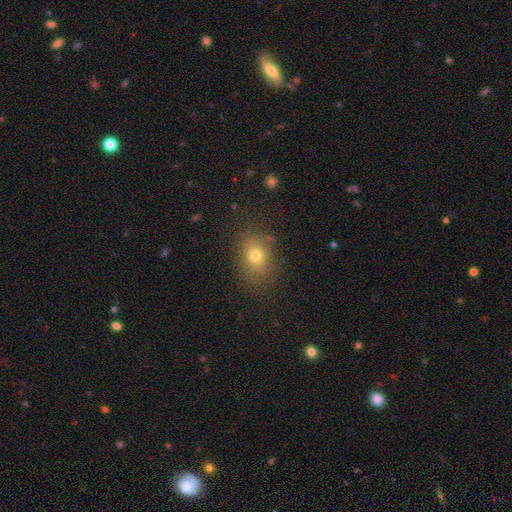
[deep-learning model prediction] Smooth or featured: smooth — 73% (star or artifact — 15%)
How rounded: in between — 56% (round — 42%)
Merging: none — 79% (minor disturbance — 14%)